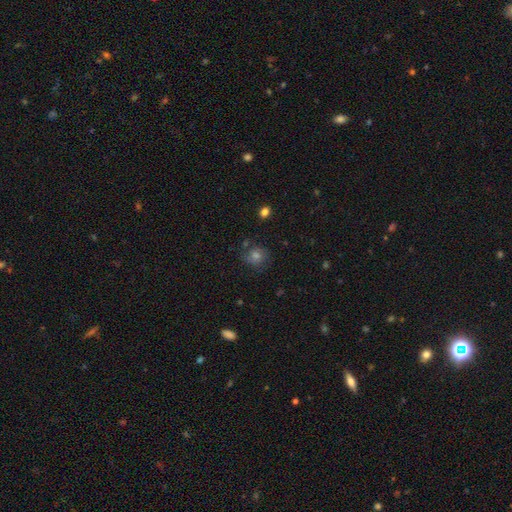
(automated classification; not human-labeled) Overall: smooth (45%; featured or disk 32%). Merging: none (73%).